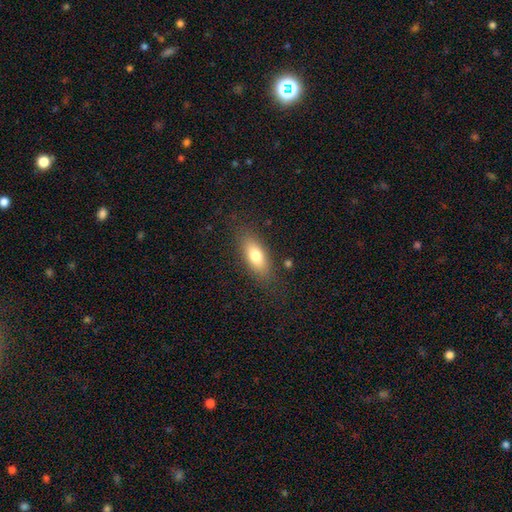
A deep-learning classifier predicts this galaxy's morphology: Q: Smooth or featured?
A: smooth (76%); runner-up: featured or disk (17%)
Q: How rounded?
A: in between (77%); runner-up: cigar-shaped (19%)
Q: Merging?
A: none (82%); runner-up: minor disturbance (12%)